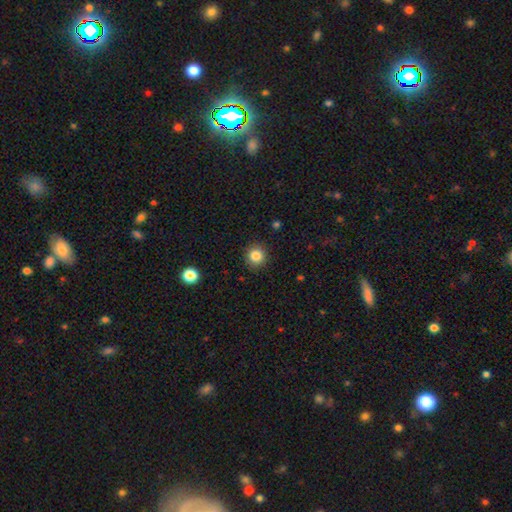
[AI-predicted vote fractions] A smooth galaxy with no disk features (84%) that is round (92%). Merging: none (91%).